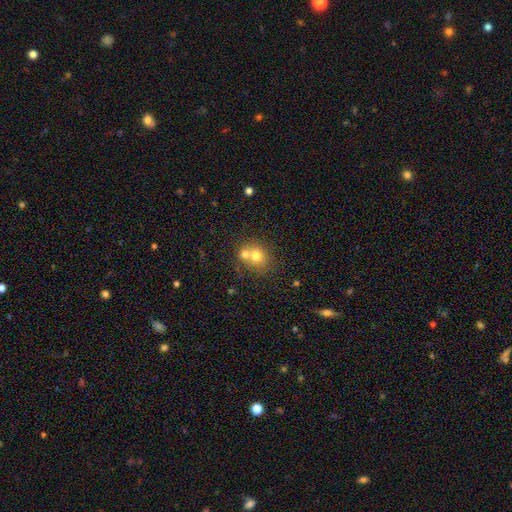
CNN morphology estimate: smooth 71%, featured or disk 17%, star or artifact 12%. Down the decision tree: how rounded — round (74%); merging — merger (48%).